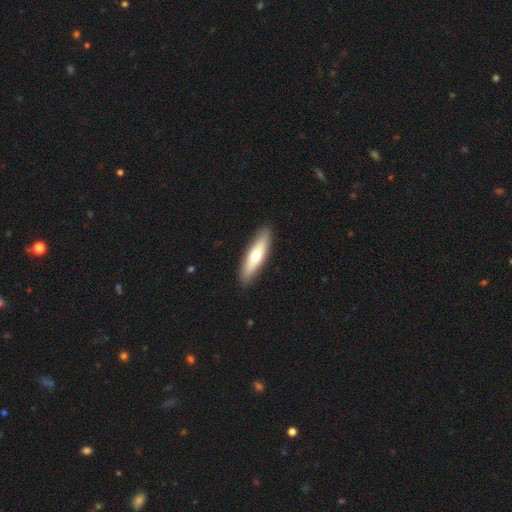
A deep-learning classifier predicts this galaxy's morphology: smooth-or-featured: smooth: 60% | featured or disk: 35% | star or artifact: 5%
  how-rounded: cigar-shaped: 69% | in between: 29% | round: 2%
  merging: none: 89% | minor disturbance: 8% | major disturbance: 2% | merger: 1%